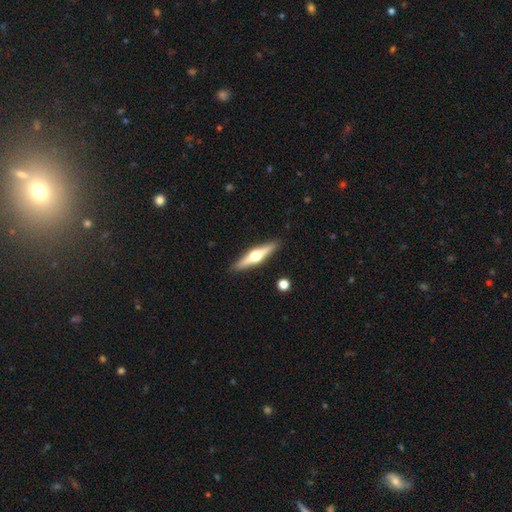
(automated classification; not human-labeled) Overall: featured or disk (67%). Edge-on disk: yes (97%). Edge-on bulge: rounded (96%). Merging: none (90%).